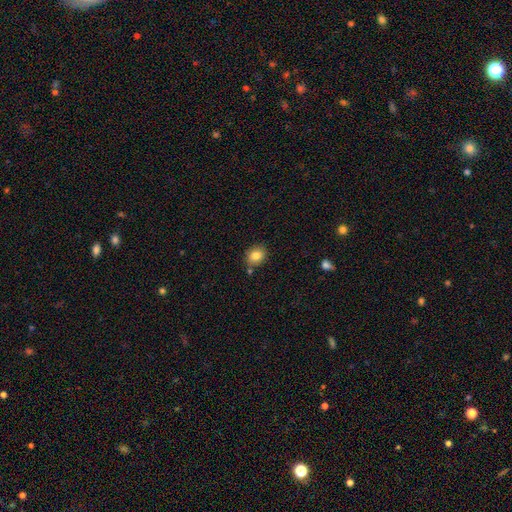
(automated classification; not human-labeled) This appears to be a smooth galaxy with no disk features (82%) that is round (58%). Merging: none (79%).